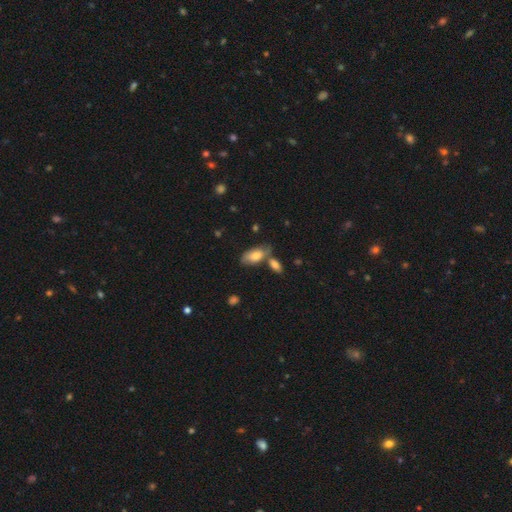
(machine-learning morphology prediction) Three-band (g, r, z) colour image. It shows a smooth galaxy with no disk features (72%) that is in between round and cigar-shaped (91%). Merging: none (52%).